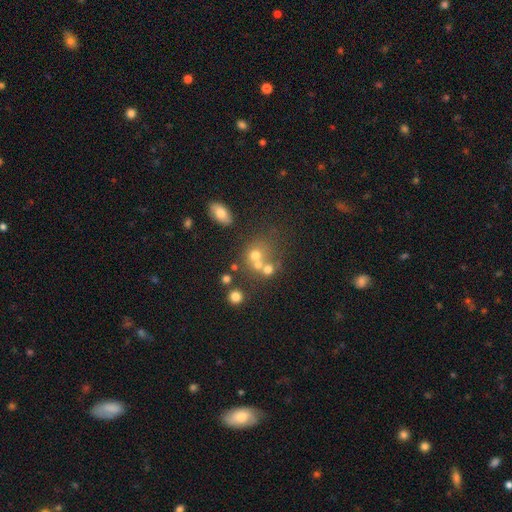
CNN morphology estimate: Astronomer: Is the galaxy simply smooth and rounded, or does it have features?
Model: smooth — 61%.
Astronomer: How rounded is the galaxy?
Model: round — 73%.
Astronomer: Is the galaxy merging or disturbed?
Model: merger — 47% (runner-up: none, 39%).